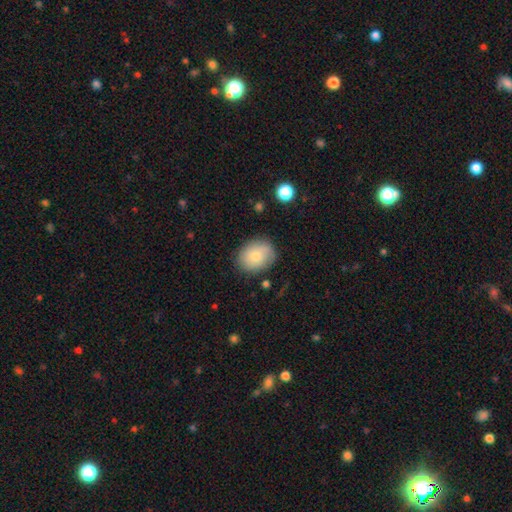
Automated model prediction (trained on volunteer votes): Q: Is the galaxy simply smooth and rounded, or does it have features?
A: smooth — 77%.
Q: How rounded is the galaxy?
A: in between — 52%.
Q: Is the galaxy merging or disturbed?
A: none — 80%.